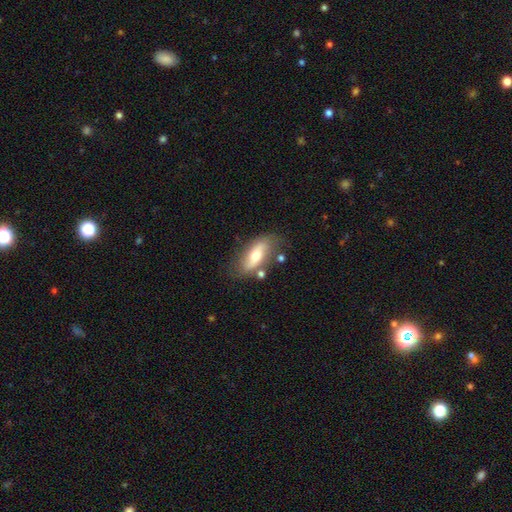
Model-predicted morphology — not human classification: This appears to be a smooth galaxy with no disk features (50%) that is in between round and cigar-shaped (75%). Merging: none (70%).